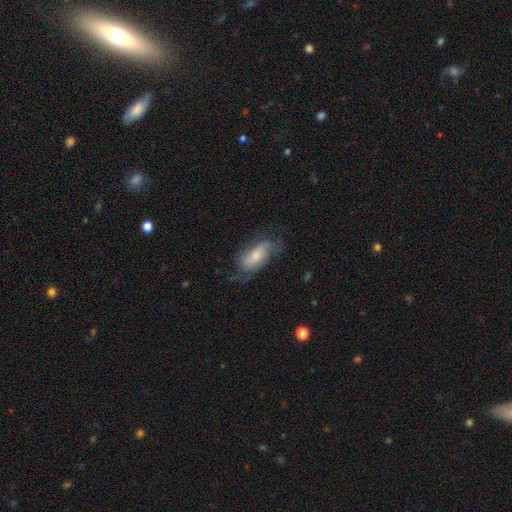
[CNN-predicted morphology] Q: Smooth or featured?
A: featured or disk (53%); runner-up: smooth (39%)
Q: Edge-on disk?
A: no (91%); runner-up: yes (9%)
Q: Merging?
A: none (52%); runner-up: minor disturbance (27%)